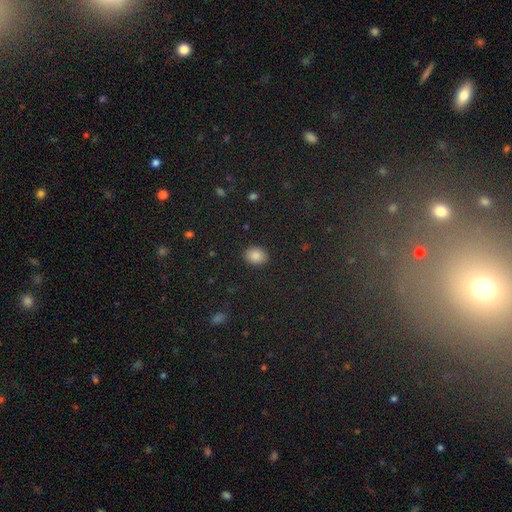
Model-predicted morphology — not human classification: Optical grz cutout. It shows a smooth galaxy with no disk features (86%) that is in between round and cigar-shaped (54%). Merging: none (88%).